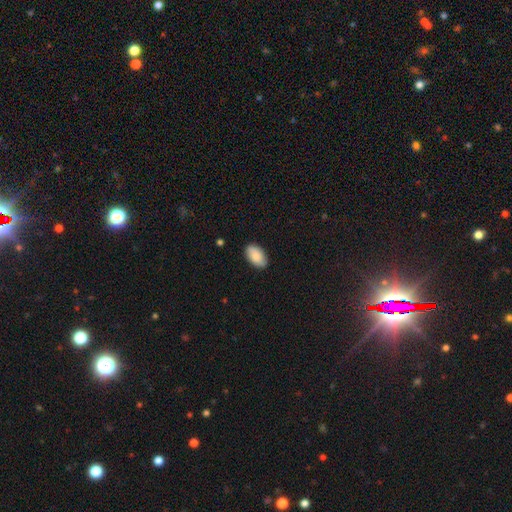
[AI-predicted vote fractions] Smooth or featured? Predicted: smooth (p=0.86). How rounded? Predicted: in between (p=0.95). Merging? Predicted: none (p=0.87).